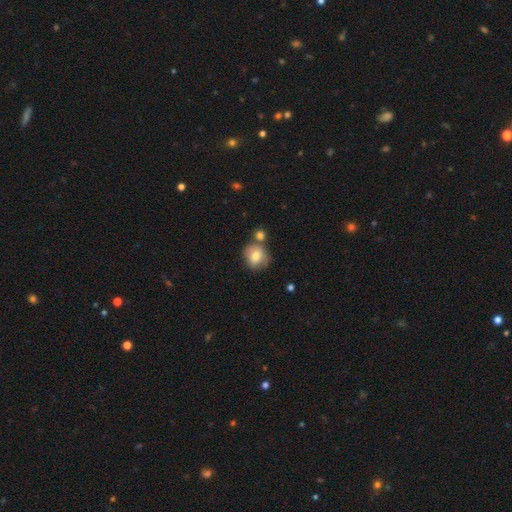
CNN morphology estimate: Smooth or featured: smooth — 73% (featured or disk — 18%)
How rounded: round — 76% (in between — 23%)
Merging: none — 56% (merger — 22%)